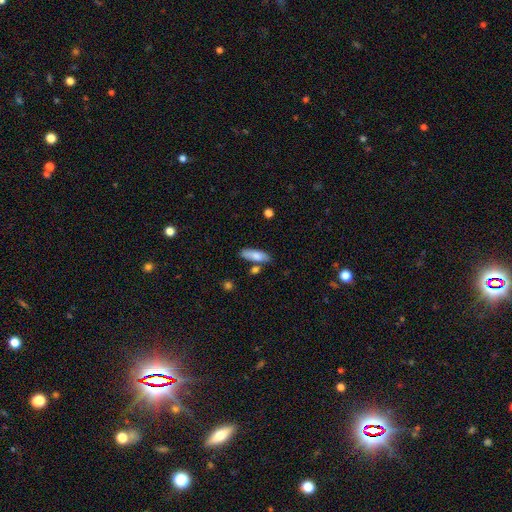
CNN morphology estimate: This appears to be a smooth galaxy with no disk features (78%) that is in between round and cigar-shaped (59%). Merging: none (71%).